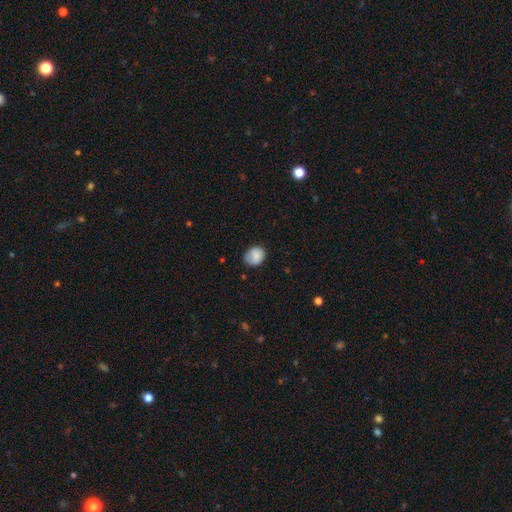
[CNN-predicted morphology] smooth-or-featured: smooth: 84% | star or artifact: 8% | featured or disk: 8%
  how-rounded: round: 62% | in between: 37% | cigar-shaped: 1%
  merging: none: 69% | minor disturbance: 25% | major disturbance: 5% | merger: 1%